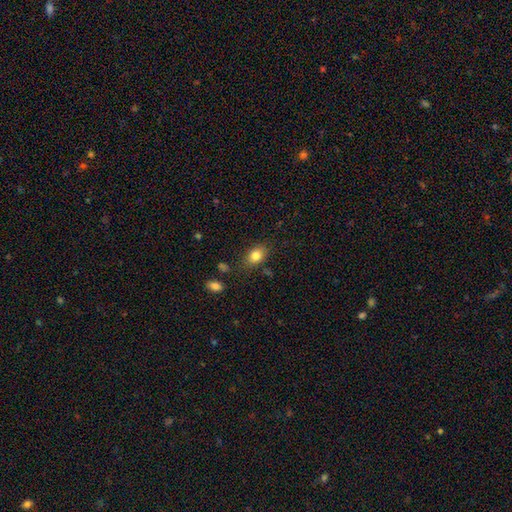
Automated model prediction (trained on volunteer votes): Smooth or featured? Predicted: smooth (p=0.82). How rounded? Predicted: in between (p=0.78). Merging? Predicted: none (p=0.79).